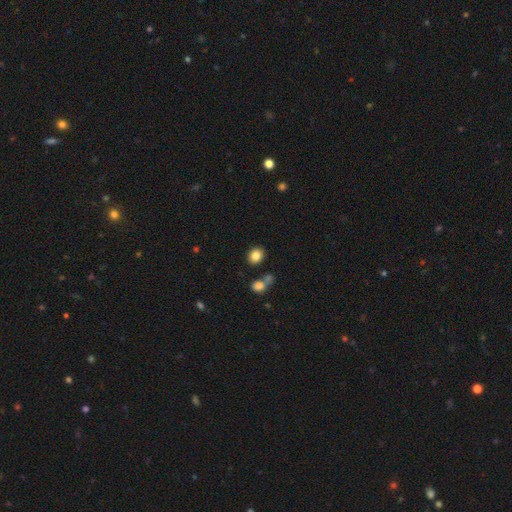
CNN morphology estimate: Smooth or featured? Predicted: smooth (p=0.84). How rounded? Predicted: round (p=0.57). Merging? Predicted: none (p=0.79).